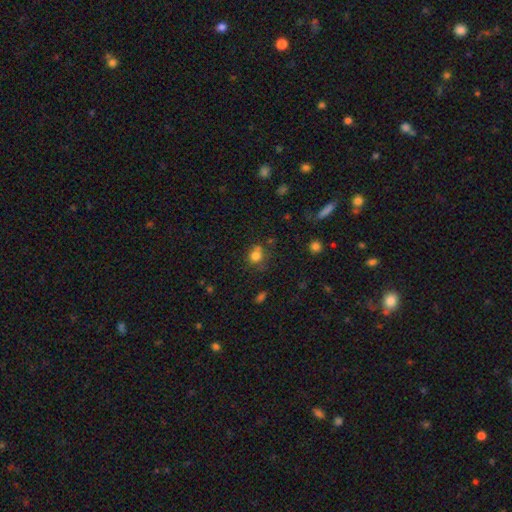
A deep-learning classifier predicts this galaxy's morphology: This appears to be a smooth galaxy with no disk features (79%) that is round (75%). Merging: none (60%).